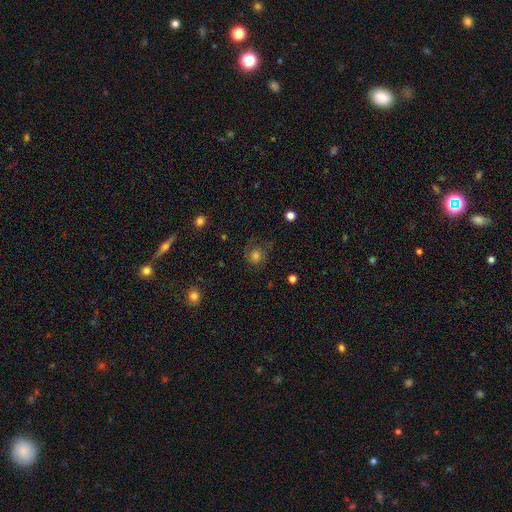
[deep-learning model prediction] Smooth or featured? Predicted: smooth (p=0.66). How rounded? Predicted: round (p=0.79). Merging? Predicted: none (p=0.65).